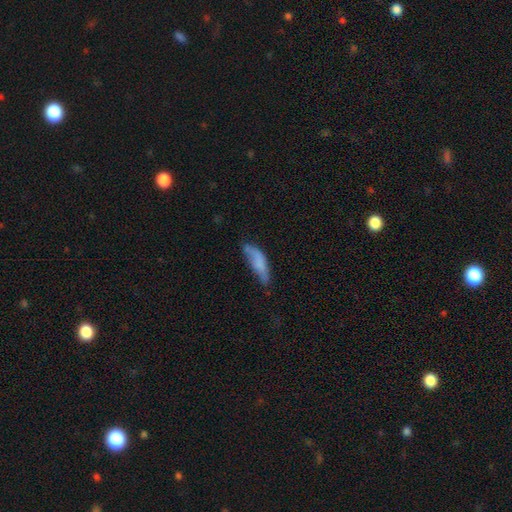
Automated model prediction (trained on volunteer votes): Smooth or featured? Predicted: smooth (p=0.66). How rounded? Predicted: cigar-shaped (p=0.50). Merging? Predicted: none (p=0.45).